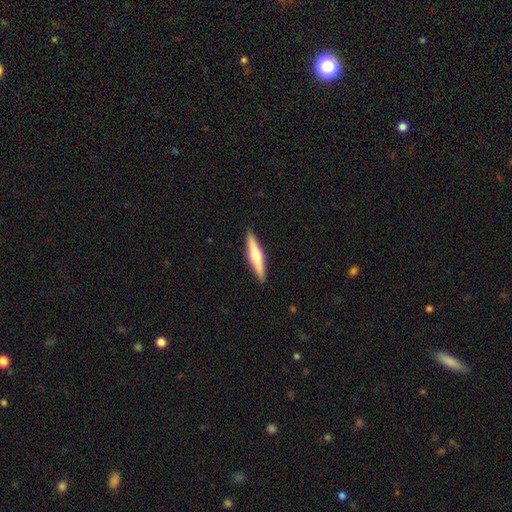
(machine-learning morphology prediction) Smooth or featured?
  - featured or disk: 52% *
  - smooth: 43%
  - star or artifact: 5%
Edge-on disk?
  - yes: 97% *
  - no: 3%
Edge-on bulge?
  - rounded: 86% *
  - none: 8%
  - boxy: 6%
Merging?
  - none: 91% *
  - minor disturbance: 6%
  - major disturbance: 1%
  - merger: 1%